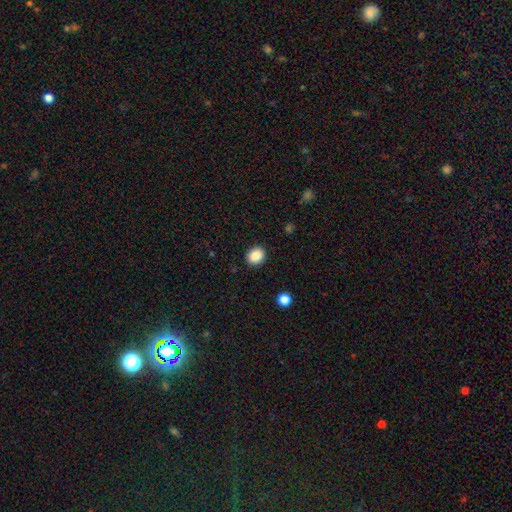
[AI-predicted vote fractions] smooth_or_featured: smooth (p=0.87) [alt: star or artifact p=0.09]
how_rounded: round (p=0.59) [alt: in between p=0.40]
merging: none (p=0.90) [alt: minor disturbance p=0.07]